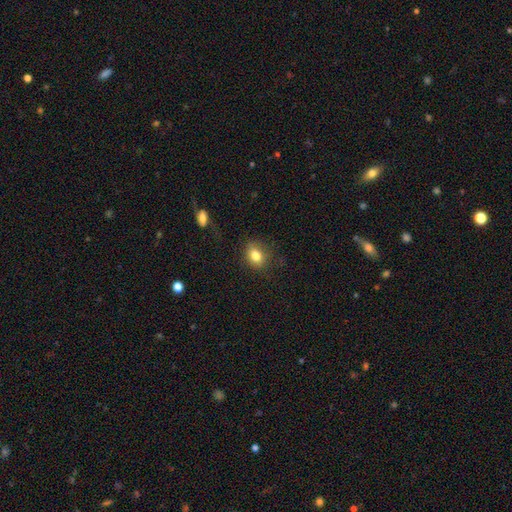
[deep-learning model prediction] Overall: smooth (81%). How rounded: in between (63%; round 35%). Merging: none (78%).